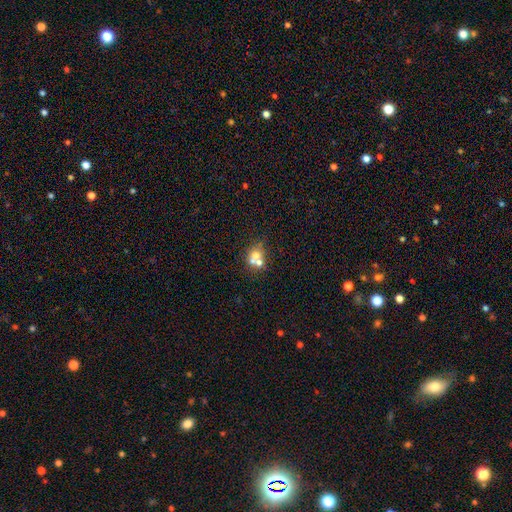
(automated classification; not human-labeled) Overall: smooth (58%; featured or disk 24%). How rounded: round (74%). Merging: merger (50%; none 39%).